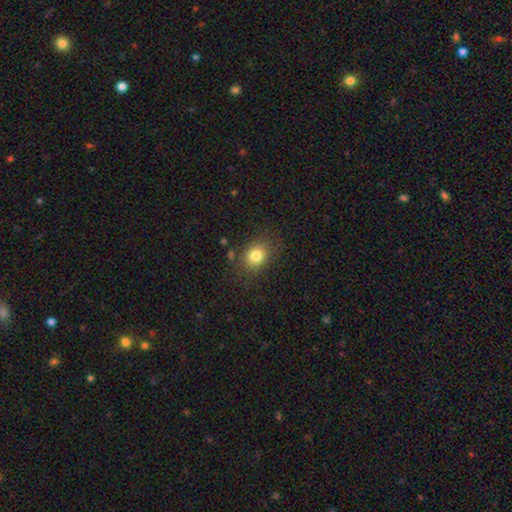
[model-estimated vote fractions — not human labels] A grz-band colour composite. It shows a smooth galaxy with no disk features (81%) that is in between round and cigar-shaped (53%). Merging: none (80%).